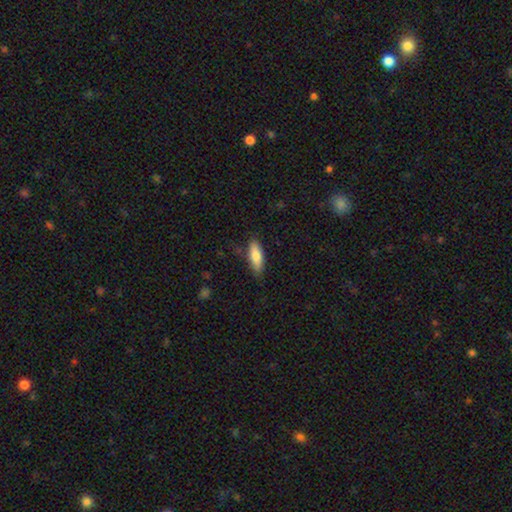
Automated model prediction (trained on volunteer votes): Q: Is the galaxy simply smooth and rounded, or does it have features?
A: smooth — 79%.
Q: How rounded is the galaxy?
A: in between — 63%.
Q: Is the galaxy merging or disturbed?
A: none — 80%.